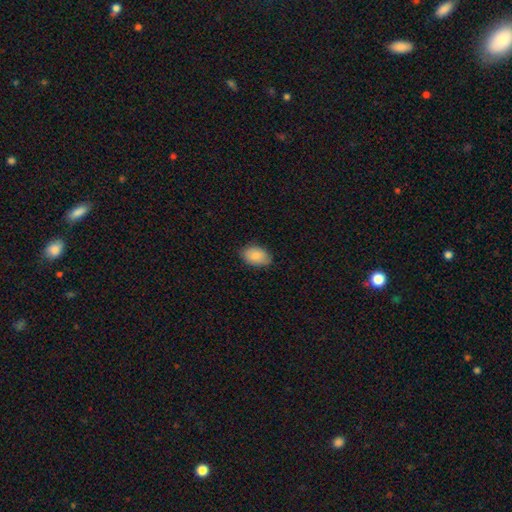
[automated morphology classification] smooth_or_featured: smooth (p=0.84) [alt: featured or disk p=0.09]
how_rounded: in between (p=0.89) [alt: round p=0.10]
merging: none (p=0.81) [alt: minor disturbance p=0.15]